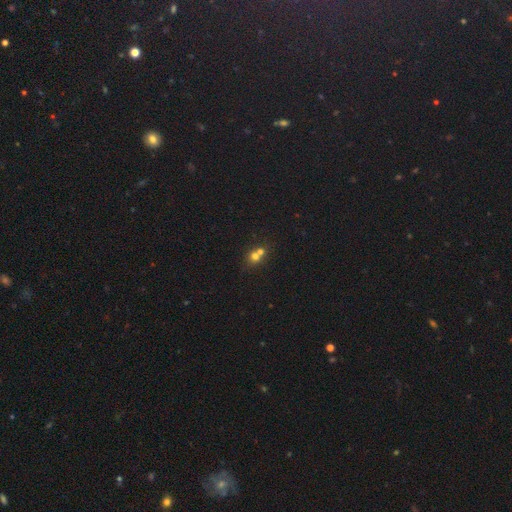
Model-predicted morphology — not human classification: smooth 67%, star or artifact 18%, featured or disk 15%. Down the decision tree: how rounded — round (79%); merging — merger (57%).